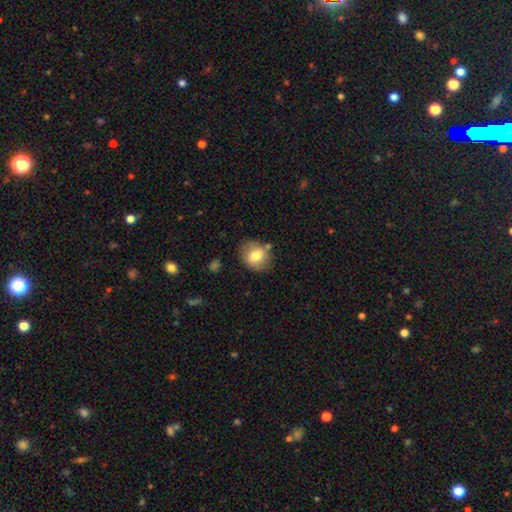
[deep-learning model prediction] A smooth galaxy with no disk features (74%) that is round (63%). Merging: none (76%).